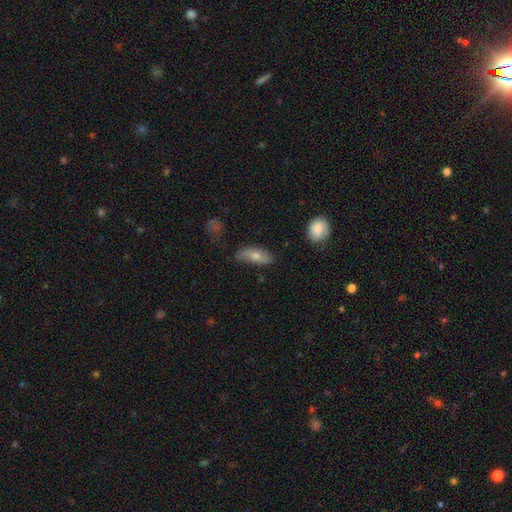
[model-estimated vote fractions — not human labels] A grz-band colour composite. It shows a smooth galaxy with no disk features (61%) that is in between round and cigar-shaped (76%). Merging: none (63%).